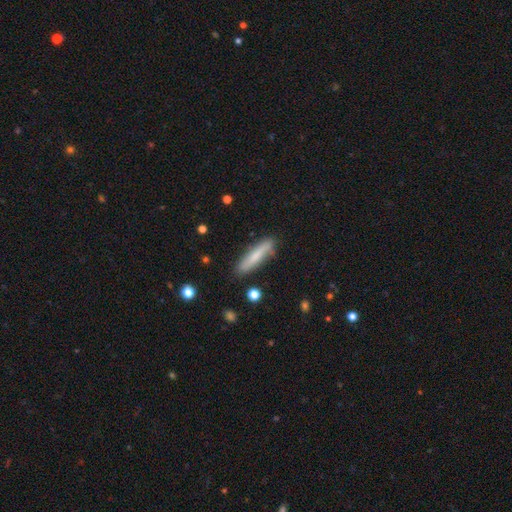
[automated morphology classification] Smooth or featured? smooth (68%)
How rounded? cigar-shaped (84%)
Merging? none (83%)